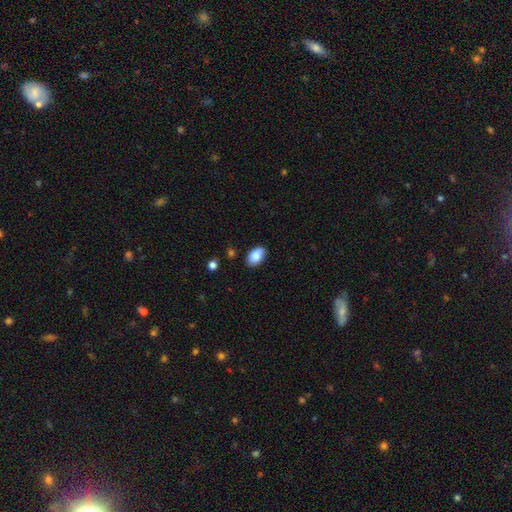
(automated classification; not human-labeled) smooth_or_featured: smooth (p=0.87) [alt: star or artifact p=0.07]
how_rounded: in between (p=0.92) [alt: round p=0.07]
merging: none (p=0.81) [alt: minor disturbance p=0.15]